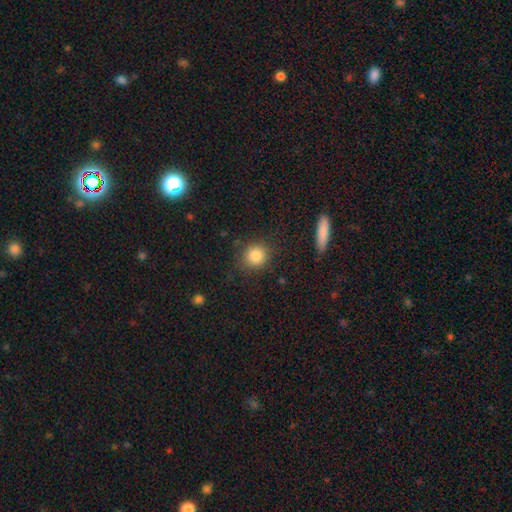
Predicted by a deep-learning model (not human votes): smooth 84%, star or artifact 10%, featured or disk 6%. Down the decision tree: how rounded — round (85%); merging — none (84%).